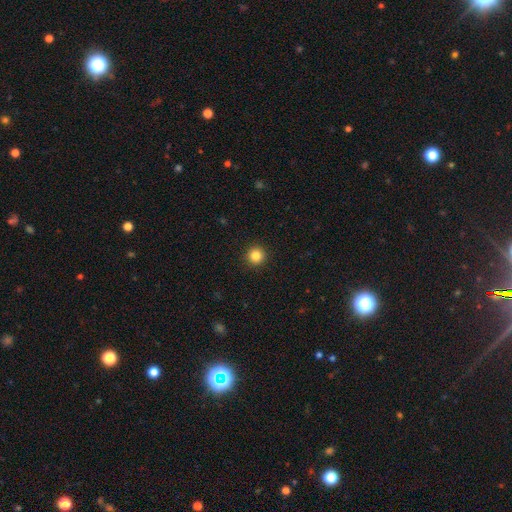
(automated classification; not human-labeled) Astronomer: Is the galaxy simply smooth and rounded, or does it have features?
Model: smooth — 84%.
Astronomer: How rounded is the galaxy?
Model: round — 95%.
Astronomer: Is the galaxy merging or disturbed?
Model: none — 93%.